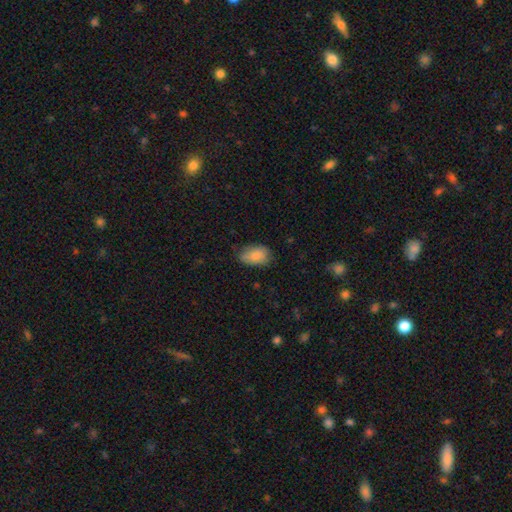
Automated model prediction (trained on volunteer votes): Smooth or featured: smooth — 84% (featured or disk — 8%)
How rounded: in between — 89% (round — 10%)
Merging: none — 67% (minor disturbance — 26%)